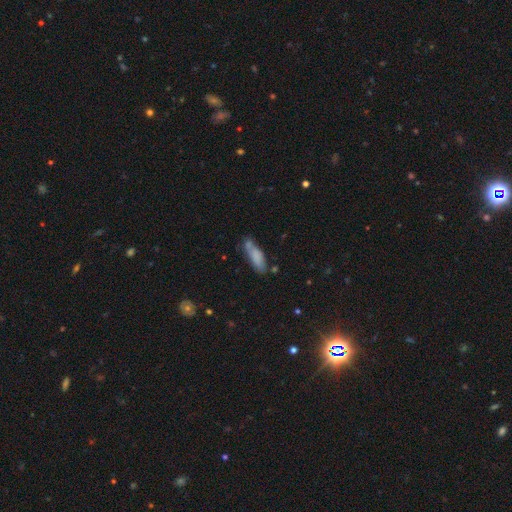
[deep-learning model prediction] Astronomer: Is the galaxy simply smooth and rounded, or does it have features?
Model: smooth — 75%.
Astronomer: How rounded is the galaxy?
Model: cigar-shaped — 49%, tied with in between at 49%.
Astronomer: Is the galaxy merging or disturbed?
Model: none — 55%.